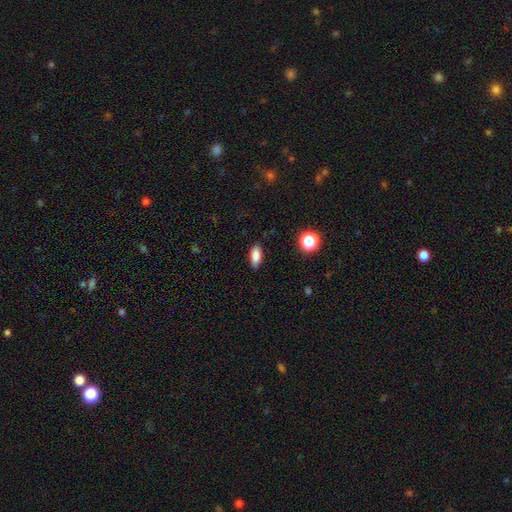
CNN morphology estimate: type=smooth (85%); roundness=in between (83%); merging=none (87%).